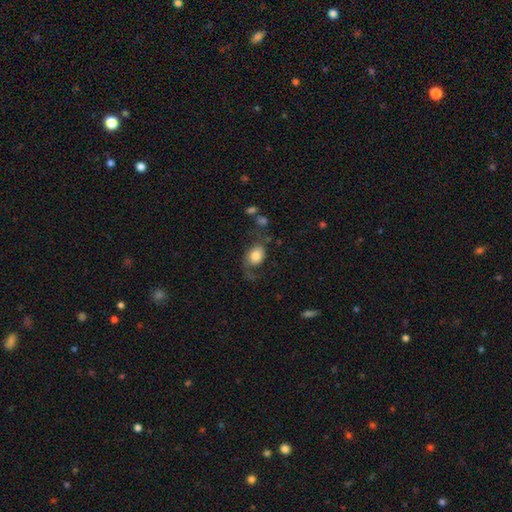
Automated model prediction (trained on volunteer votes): Smooth or featured: smooth — 61% (featured or disk — 31%)
How rounded: in between — 65% (round — 34%)
Merging: none — 43% (major disturbance — 32%)